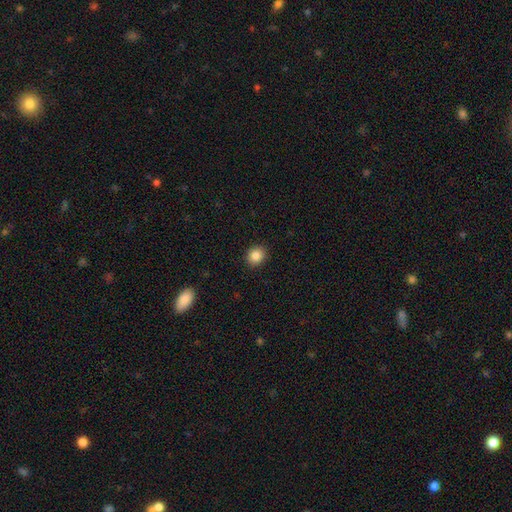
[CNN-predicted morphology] Overall: smooth (85%). How rounded: round (77%). Merging: none (91%).